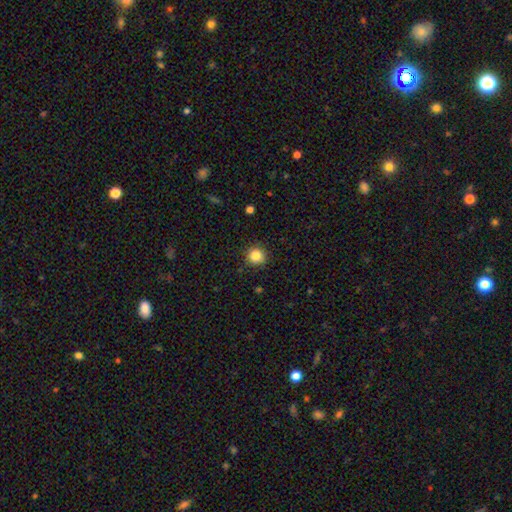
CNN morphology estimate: Smooth or featured?
  - smooth: 84% *
  - star or artifact: 11%
  - featured or disk: 5%
How rounded?
  - round: 93% *
  - in between: 7%
  - cigar-shaped: 1%
Merging?
  - none: 87% *
  - minor disturbance: 10%
  - major disturbance: 2%
  - merger: 1%